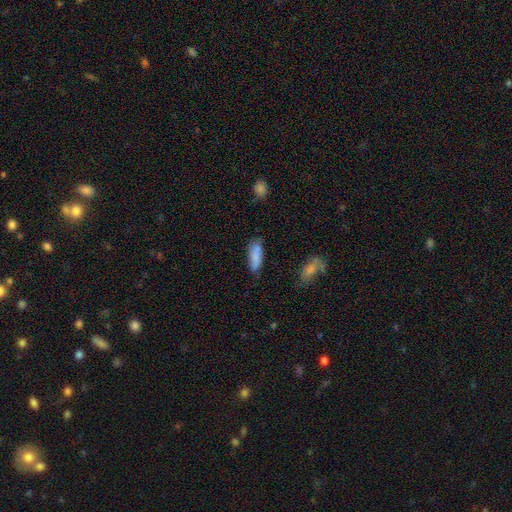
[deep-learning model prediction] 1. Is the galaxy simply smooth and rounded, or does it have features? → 84% smooth, 9% featured or disk, 7% star or artifact.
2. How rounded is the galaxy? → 61% in between, 37% cigar-shaped, 2% round.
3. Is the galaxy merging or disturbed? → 74% none, 19% minor disturbance, 4% major disturbance, 3% merger.